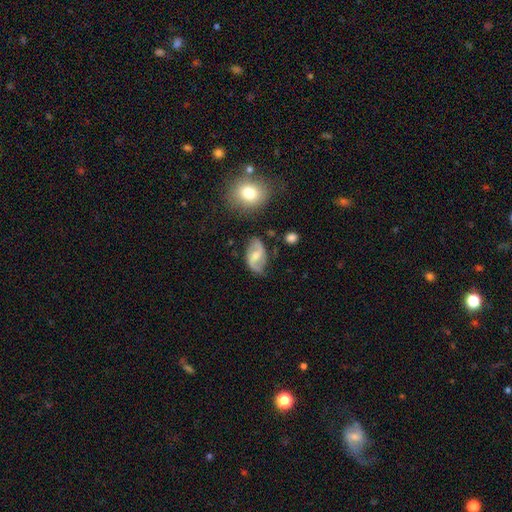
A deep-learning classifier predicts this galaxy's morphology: Smooth or featured: featured or disk — 71% (smooth — 22%)
Edge-on disk: no — 96% (yes — 4%)
Bar: weak — 49% (no — 34%)
Spiral arms: yes — 90% (no — 10%)
Spiral winding: loose — 53% (medium — 35%)
Spiral arm count: 2 — 90% (can't tell — 5%)
Bulge size: moderate — 51% (small — 40%)
Merging: none — 76% (minor disturbance — 16%)